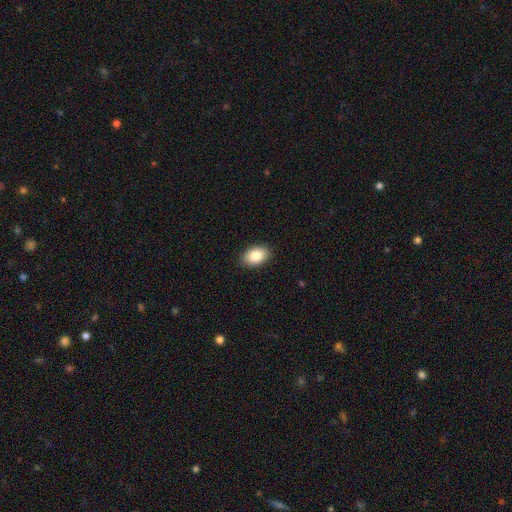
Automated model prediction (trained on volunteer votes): Q: Smooth or featured?
A: smooth (85%); runner-up: featured or disk (8%)
Q: How rounded?
A: in between (88%); runner-up: round (10%)
Q: Merging?
A: none (89%); runner-up: minor disturbance (8%)